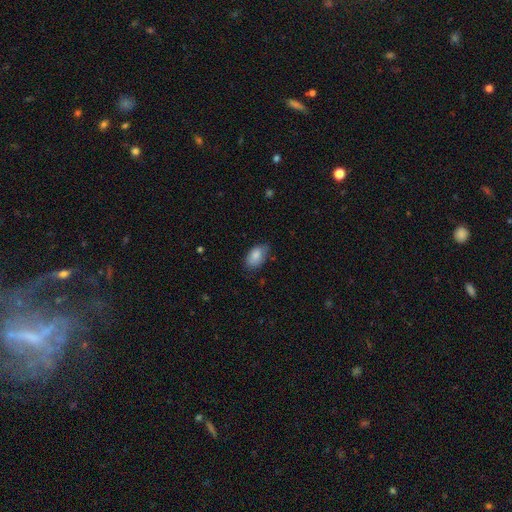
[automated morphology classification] Overall: smooth (85%). How rounded: in between (92%). Merging: none (67%).